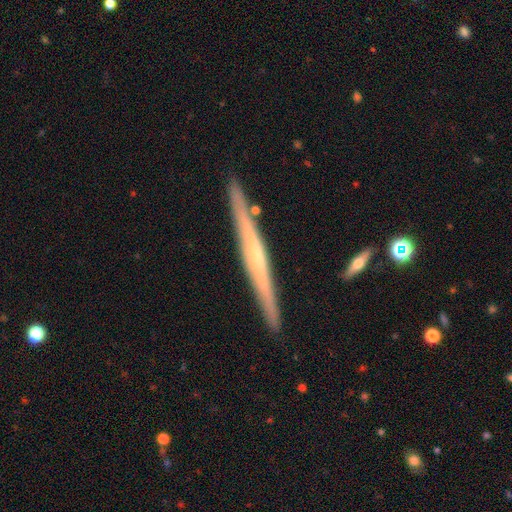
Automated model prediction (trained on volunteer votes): The model was most divided on "edge-on bulge": none: 48%, rounded: 45%, boxy: 7%. More confident: edge-on disk — yes (97%); merging — none (89%); smooth or featured — featured or disk (72%).